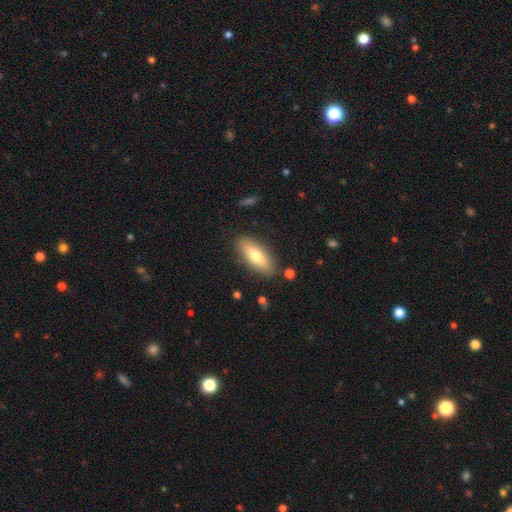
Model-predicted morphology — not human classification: The model was most divided on "smooth or featured": smooth: 68%, featured or disk: 25%, star or artifact: 6%. More confident: merging — none (86%); how rounded — in between (71%).